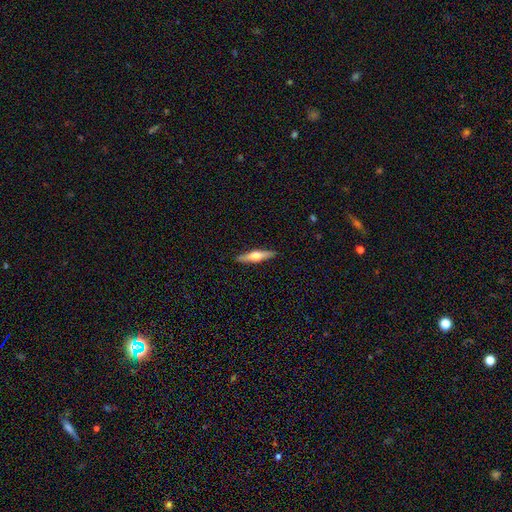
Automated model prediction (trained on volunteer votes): This appears to be a featured or disk galaxy (56%) viewed edge-on (96%) with a rounded central bulge (93%). Merging: none (91%).